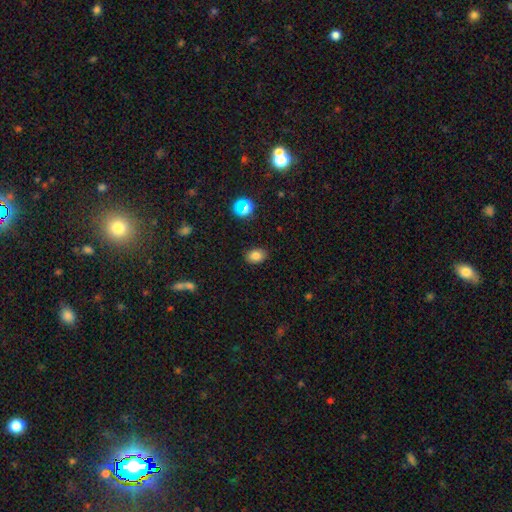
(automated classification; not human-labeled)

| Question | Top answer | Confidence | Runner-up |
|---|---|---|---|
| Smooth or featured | smooth | 80% | star or artifact (13%) |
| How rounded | in between | 75% | round (24%) |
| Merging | none | 87% | minor disturbance (9%) |